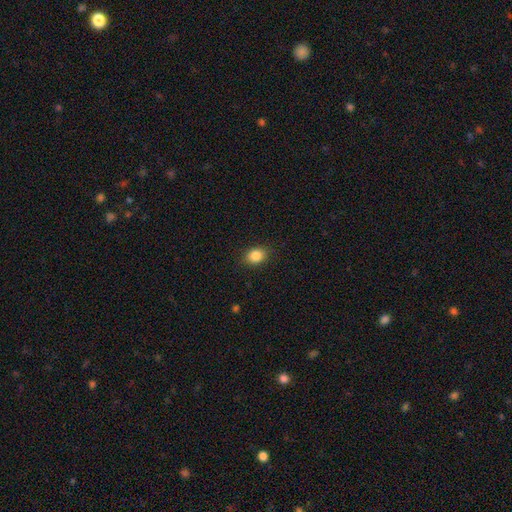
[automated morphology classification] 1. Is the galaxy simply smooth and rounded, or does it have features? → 86% smooth, 9% star or artifact, 5% featured or disk.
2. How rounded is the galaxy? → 60% in between, 39% round, 1% cigar-shaped.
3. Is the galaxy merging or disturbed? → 87% none, 9% minor disturbance, 3% major disturbance, 1% merger.